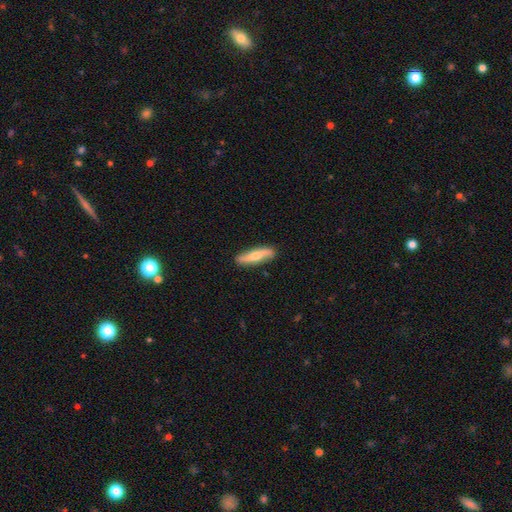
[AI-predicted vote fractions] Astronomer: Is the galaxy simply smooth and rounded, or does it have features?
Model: featured or disk — 52% (runner-up: smooth, 42%).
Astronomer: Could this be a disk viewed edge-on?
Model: yes — 56% (runner-up: no, 44%).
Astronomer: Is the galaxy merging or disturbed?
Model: none — 86%.